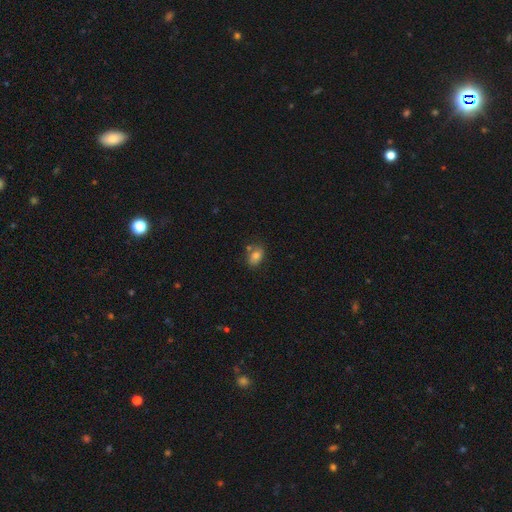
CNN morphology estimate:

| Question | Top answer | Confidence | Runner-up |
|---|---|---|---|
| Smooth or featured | smooth | 79% | star or artifact (11%) |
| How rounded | in between | 82% | round (17%) |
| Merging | none | 68% | minor disturbance (18%) |